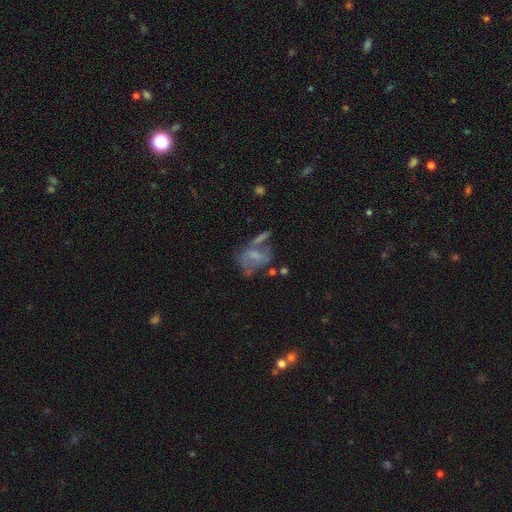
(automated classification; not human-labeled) smooth-or-featured: featured or disk: 46% | smooth: 42% | star or artifact: 12%
  merging: none: 31% | major disturbance: 26% | merger: 24% | minor disturbance: 19%